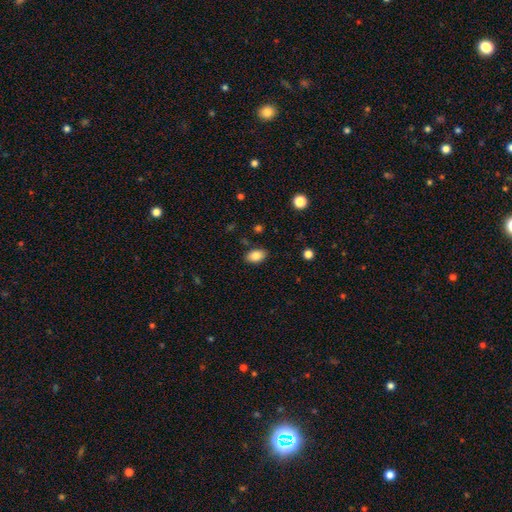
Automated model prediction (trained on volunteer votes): Smooth or featured? Predicted: smooth (p=0.84). How rounded? Predicted: in between (p=0.89). Merging? Predicted: none (p=0.86).